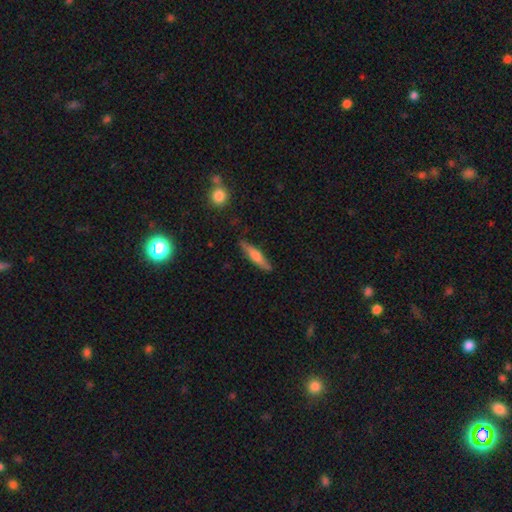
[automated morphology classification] Smooth or featured?
  - smooth: 55% *
  - featured or disk: 39%
  - star or artifact: 6%
How rounded?
  - cigar-shaped: 86% *
  - in between: 12%
  - round: 2%
Merging?
  - none: 85% *
  - minor disturbance: 12%
  - major disturbance: 2%
  - merger: 2%